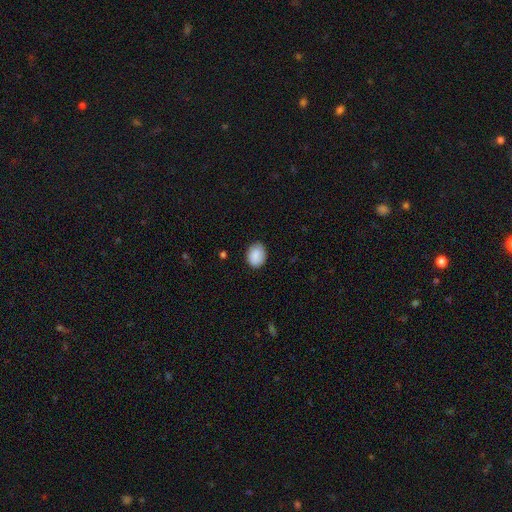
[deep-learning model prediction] Q: Smooth or featured?
A: smooth (86%); runner-up: featured or disk (7%)
Q: How rounded?
A: in between (61%); runner-up: round (38%)
Q: Merging?
A: none (79%); runner-up: minor disturbance (17%)